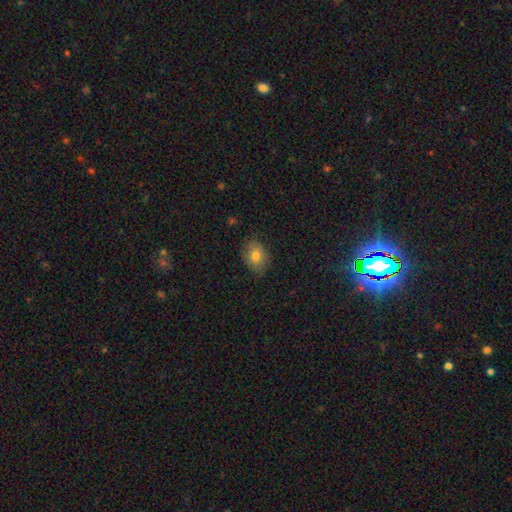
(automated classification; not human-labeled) Smooth or featured? smooth (77%)
How rounded? in between (65%)
Merging? none (80%)